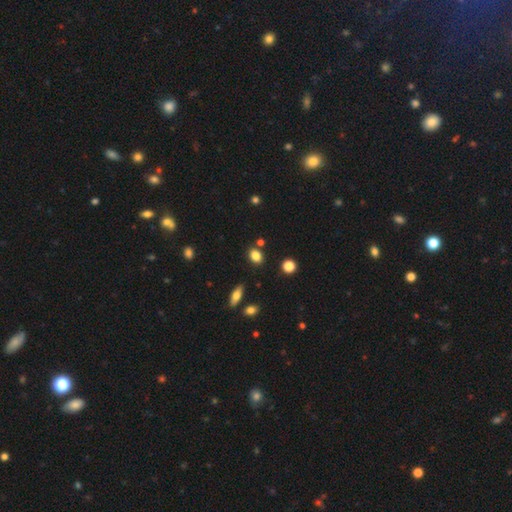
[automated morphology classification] This is clearly a smooth galaxy (83%). How rounded: likely in between (67%). Merging: clearly none (80%).